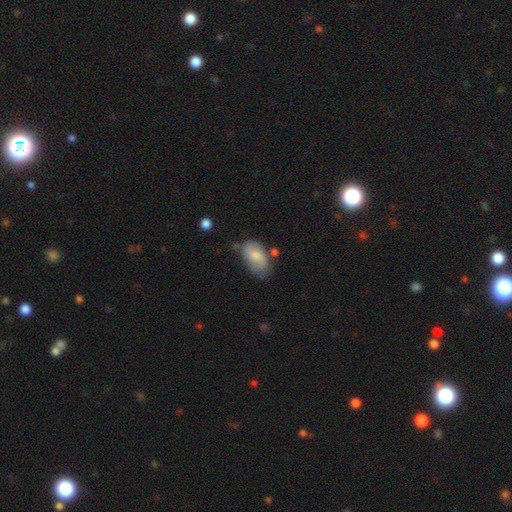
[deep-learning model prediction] Q: Smooth or featured?
A: smooth (70%); runner-up: featured or disk (23%)
Q: How rounded?
A: in between (92%); runner-up: round (6%)
Q: Merging?
A: none (57%); runner-up: minor disturbance (29%)